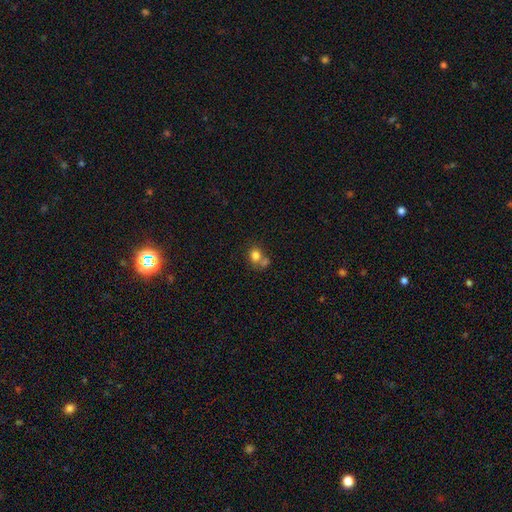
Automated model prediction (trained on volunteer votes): A smooth galaxy with no disk features (79%) that is round (62%).

Vote fractions:
- Smooth or featured? smooth: 79% / star or artifact: 11% / featured or disk: 10%
- How rounded? round: 62% / in between: 37% / cigar-shaped: 1%
- Merging? none: 42% / merger: 41% / minor disturbance: 11% / major disturbance: 5%